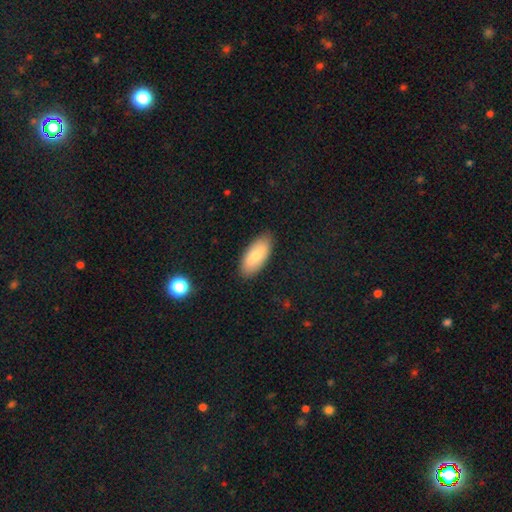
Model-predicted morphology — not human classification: Q: Smooth or featured?
A: smooth (72%); runner-up: featured or disk (21%)
Q: How rounded?
A: in between (88%); runner-up: cigar-shaped (11%)
Q: Merging?
A: none (86%); runner-up: minor disturbance (11%)